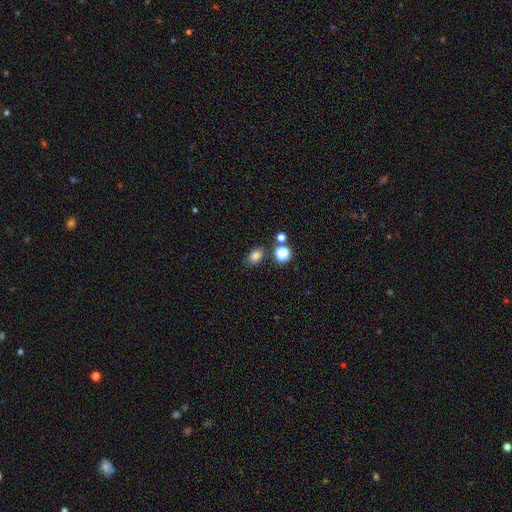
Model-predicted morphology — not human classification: smooth_or_featured: smooth (p=0.78) [alt: star or artifact p=0.15]
how_rounded: in between (p=0.71) [alt: round p=0.28]
merging: none (p=0.73) [alt: minor disturbance p=0.15]